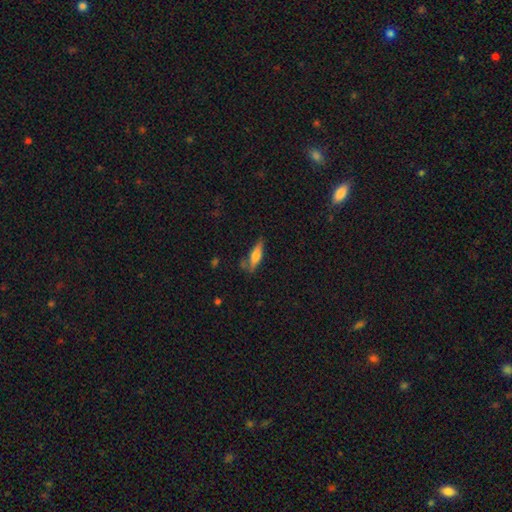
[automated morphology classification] This appears to be a smooth galaxy with no disk features (62%) that is cigar-shaped (60%). Merging: none (65%).